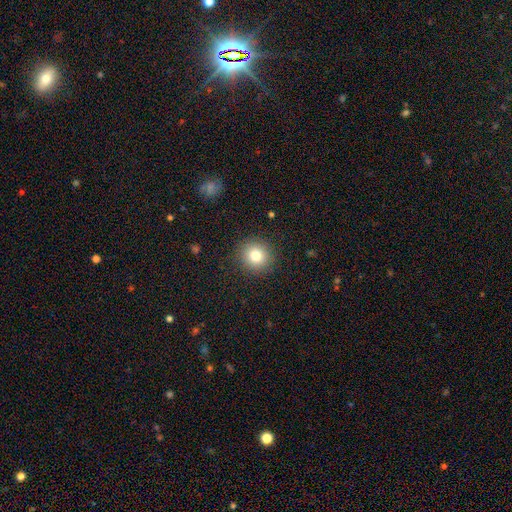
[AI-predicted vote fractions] Q: Smooth or featured?
A: smooth (82%); runner-up: star or artifact (11%)
Q: How rounded?
A: round (90%); runner-up: in between (9%)
Q: Merging?
A: none (90%); runner-up: minor disturbance (7%)